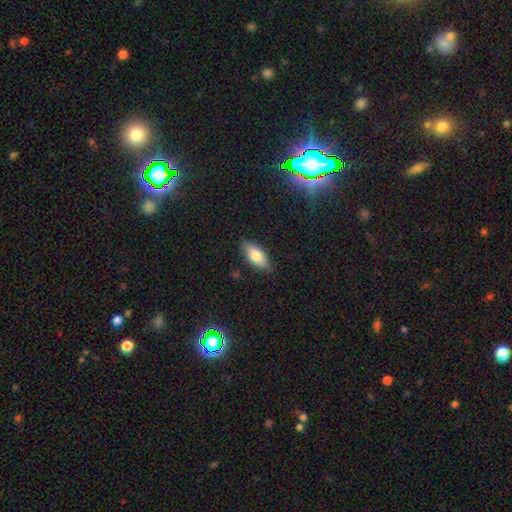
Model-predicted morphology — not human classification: smooth-or-featured: smooth: 77% | featured or disk: 16% | star or artifact: 7%
  how-rounded: in between: 83% | cigar-shaped: 14% | round: 3%
  merging: none: 84% | minor disturbance: 13% | major disturbance: 2% | merger: 1%